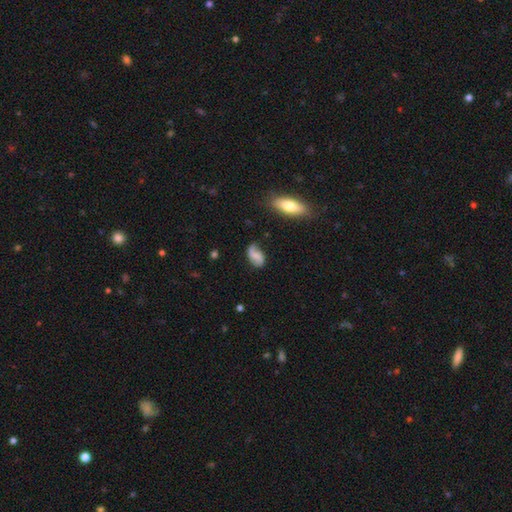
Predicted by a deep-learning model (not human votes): This appears to be a featured or disk galaxy (59%) with no bar (46%), 2 (86%) loose (62%) spiral arms (90%) and no central bulge (44%). Merging: none (70%).